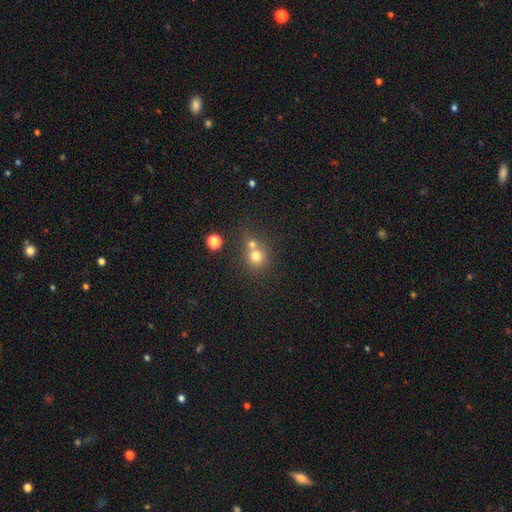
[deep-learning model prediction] Q: Smooth or featured?
A: smooth (74%); runner-up: star or artifact (14%)
Q: How rounded?
A: round (87%); runner-up: in between (12%)
Q: Merging?
A: merger (47%); runner-up: none (44%)